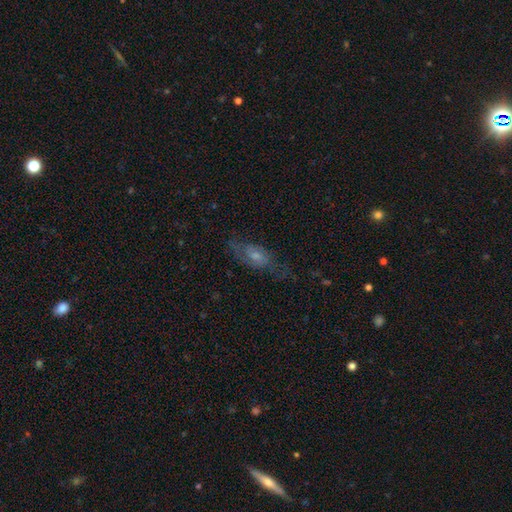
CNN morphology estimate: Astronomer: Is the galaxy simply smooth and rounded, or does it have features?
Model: featured or disk — 60%.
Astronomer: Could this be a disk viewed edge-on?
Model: no — 84%.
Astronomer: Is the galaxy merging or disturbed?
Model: none — 61%.